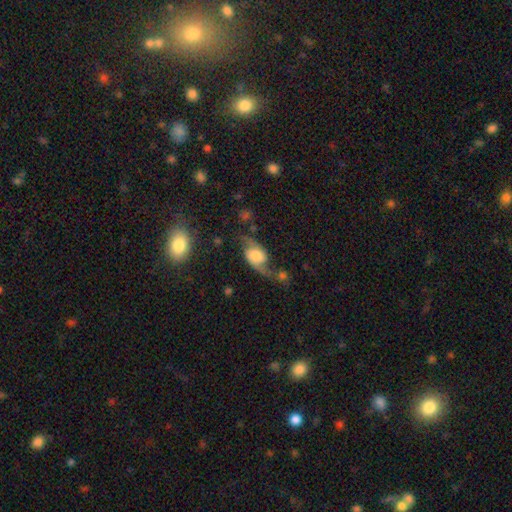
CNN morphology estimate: featured or disk 75%, smooth 17%, star or artifact 8%. Down the decision tree: edge-on disk — no (94%); bar — no (55%); spiral arms — yes (94%); spiral arm count — 2 (92%); spiral winding — loose (71%); bulge size — large (39%); merging — none (53%).